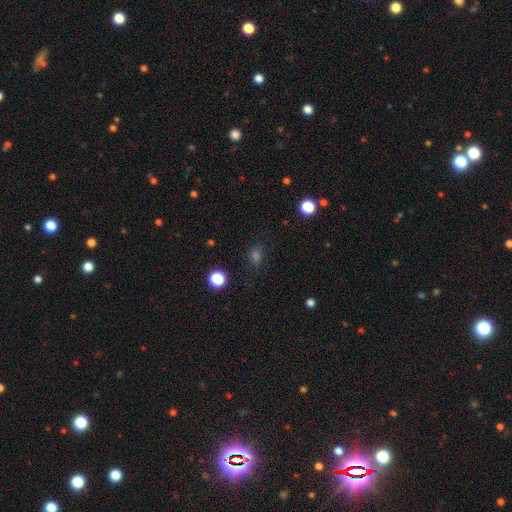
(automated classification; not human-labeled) This is likely a smooth galaxy (61%). How rounded: likely in between (60%). Merging: likely none (76%).